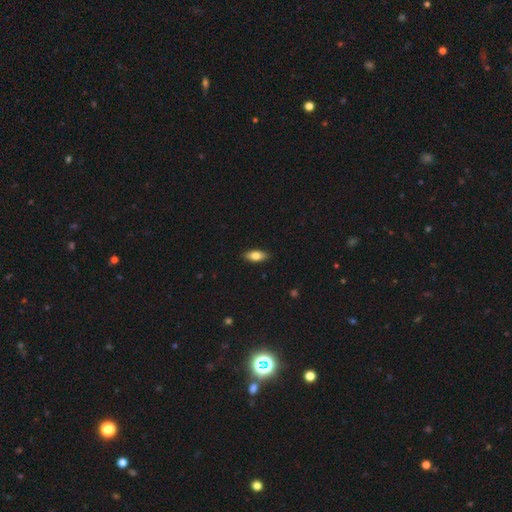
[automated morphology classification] A smooth galaxy with no disk features (75%) that is in between round and cigar-shaped (83%). Merging: none (89%).